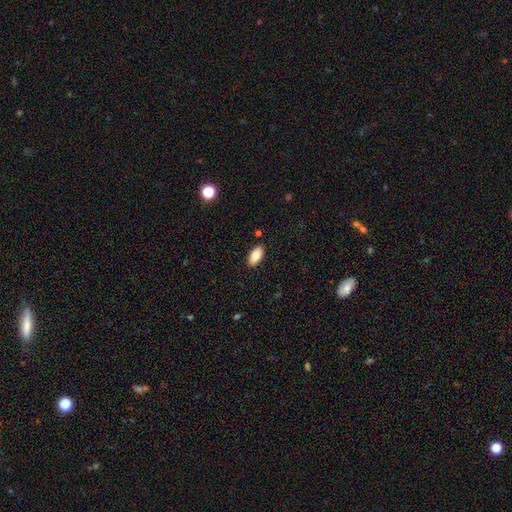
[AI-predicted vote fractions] smooth 82%, featured or disk 11%, star or artifact 7%. Down the decision tree: how rounded — in between (93%); merging — none (89%).